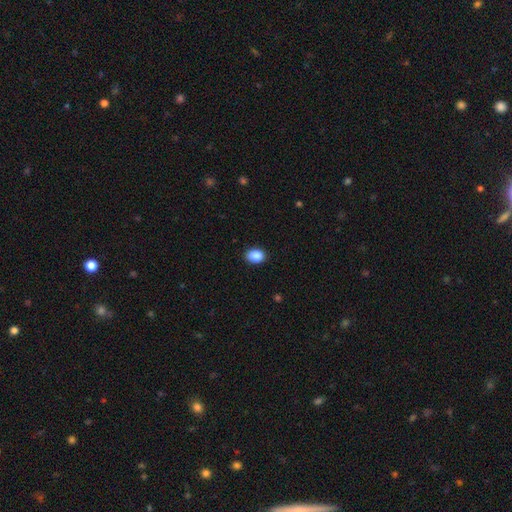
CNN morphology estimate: Smooth or featured: smooth — 89% (star or artifact — 8%)
How rounded: in between — 72% (round — 27%)
Merging: none — 90% (minor disturbance — 7%)